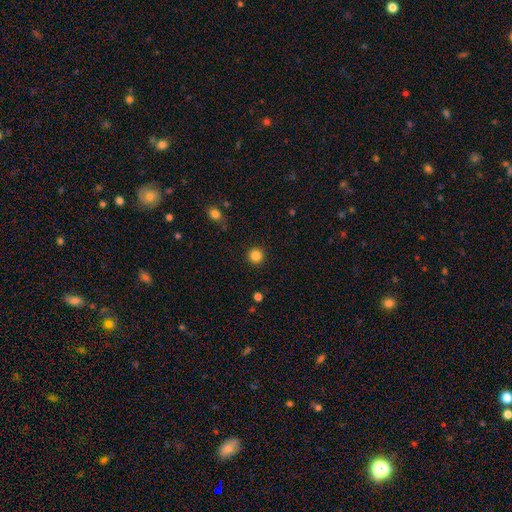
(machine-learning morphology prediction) smooth_or_featured: smooth (p=0.85) [alt: star or artifact p=0.12]
how_rounded: round (p=0.96) [alt: in between p=0.04]
merging: none (p=0.92) [alt: minor disturbance p=0.05]